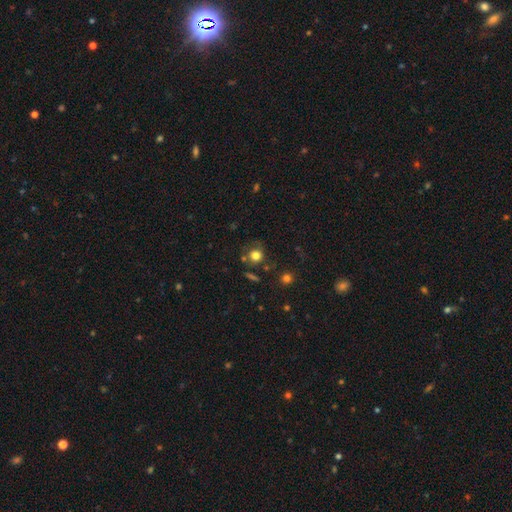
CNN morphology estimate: The model was most divided on "merging": none: 64%, minor disturbance: 19%, major disturbance: 9%, merger: 8%. More confident: how rounded — round (84%); smooth or featured — smooth (77%).